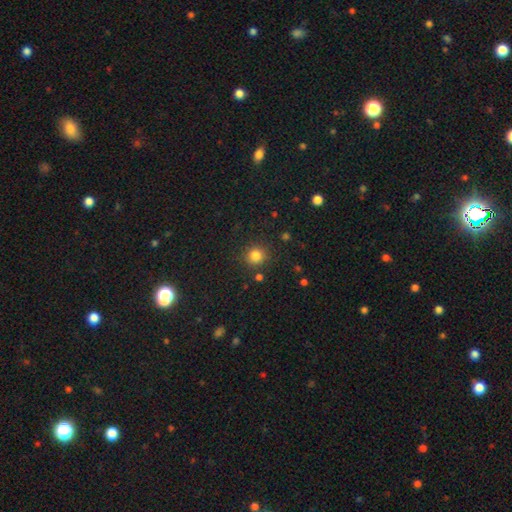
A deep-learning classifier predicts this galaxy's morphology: smooth_or_featured: smooth (p=0.82) [alt: star or artifact p=0.13]
how_rounded: round (p=0.92) [alt: in between p=0.07]
merging: none (p=0.86) [alt: minor disturbance p=0.08]